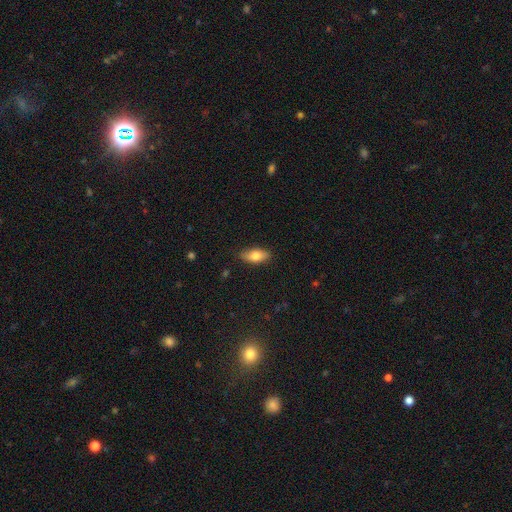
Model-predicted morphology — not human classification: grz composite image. It shows a smooth galaxy with no disk features (74%) that is in between round and cigar-shaped (84%). Merging: none (85%).